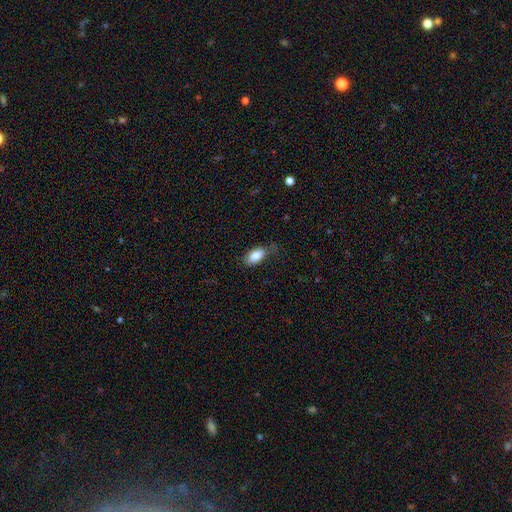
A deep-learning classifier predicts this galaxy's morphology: Overall: smooth (85%). How rounded: in between (91%). Merging: none (64%; minor disturbance 25%).